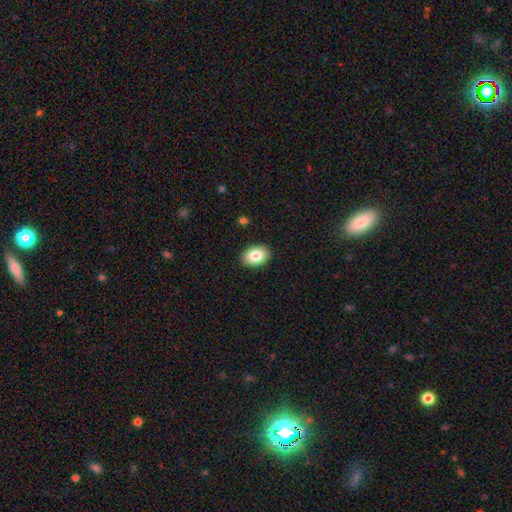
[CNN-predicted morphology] This is clearly a smooth galaxy (83%). How rounded: clearly in between (83%). Merging: clearly none (90%).